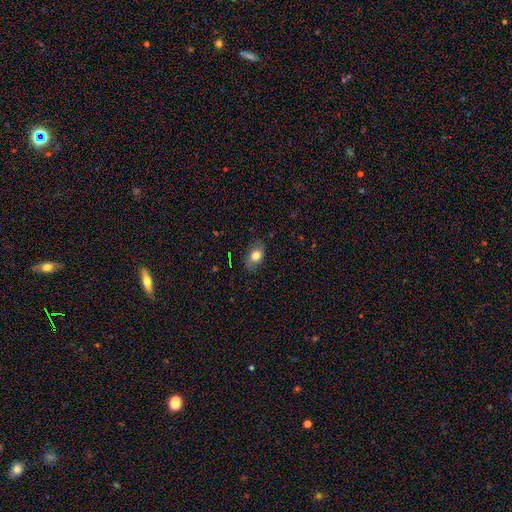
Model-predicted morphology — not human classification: A smooth galaxy with no disk features (78%) that is in between round and cigar-shaped (79%).

Vote fractions:
- Smooth or featured? smooth: 78% / featured or disk: 14% / star or artifact: 8%
- How rounded? in between: 79% / round: 20% / cigar-shaped: 2%
- Merging? none: 78% / minor disturbance: 17% / major disturbance: 4% / merger: 1%